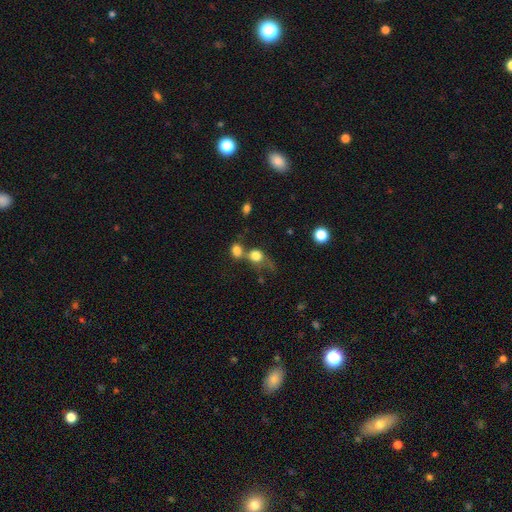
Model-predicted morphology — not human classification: Smooth or featured: smooth — 79% (star or artifact — 11%)
How rounded: round — 72% (in between — 26%)
Merging: merger — 46% (none — 29%)